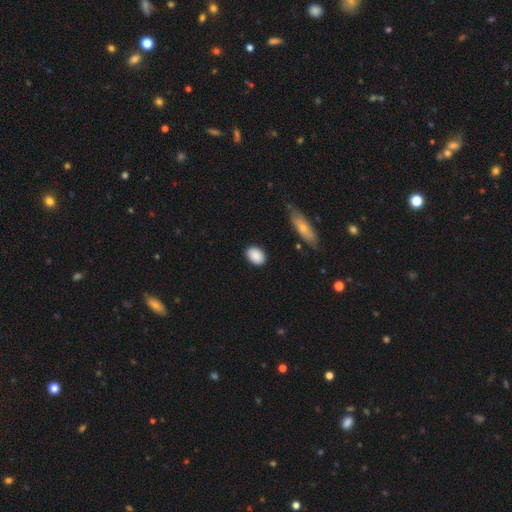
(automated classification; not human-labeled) The model was most divided on "how rounded": in between: 73%, round: 25%, cigar-shaped: 2%. More confident: smooth or featured — smooth (90%); merging — none (86%).